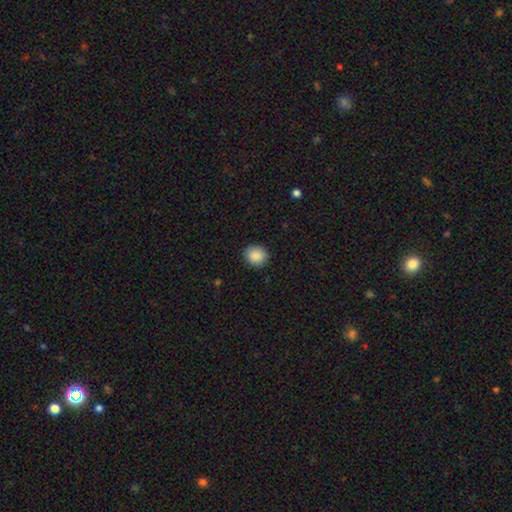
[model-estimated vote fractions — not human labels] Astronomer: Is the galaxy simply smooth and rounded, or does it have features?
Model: smooth — 89%.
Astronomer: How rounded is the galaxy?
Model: round — 77%.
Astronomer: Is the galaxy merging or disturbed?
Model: none — 89%.